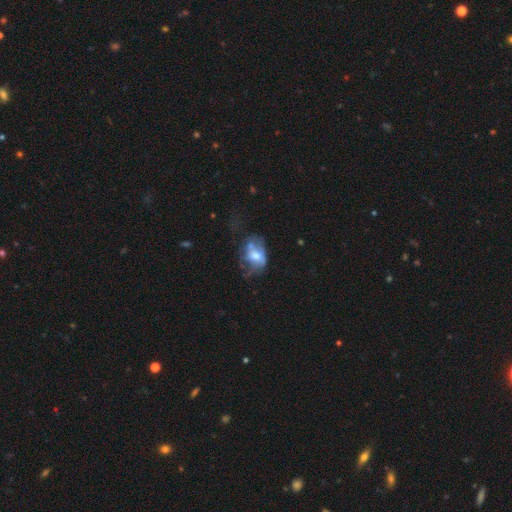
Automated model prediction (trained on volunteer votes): Q: Smooth or featured?
A: featured or disk (48%); runner-up: smooth (42%)
Q: Merging?
A: major disturbance (38%); runner-up: none (26%)